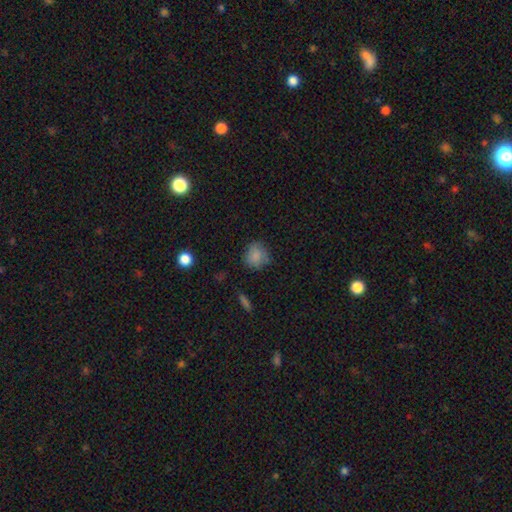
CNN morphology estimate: Q: Smooth or featured?
A: smooth (83%); runner-up: star or artifact (9%)
Q: How rounded?
A: round (85%); runner-up: in between (14%)
Q: Merging?
A: none (74%); runner-up: minor disturbance (19%)